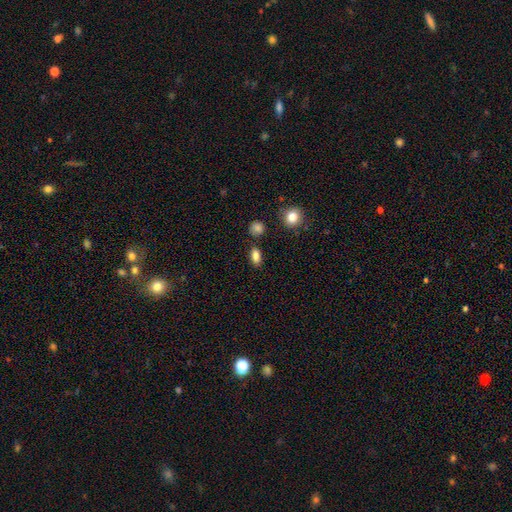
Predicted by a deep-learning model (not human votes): A smooth galaxy with no disk features (84%) that is in between round and cigar-shaped (84%). Merging: none (83%).